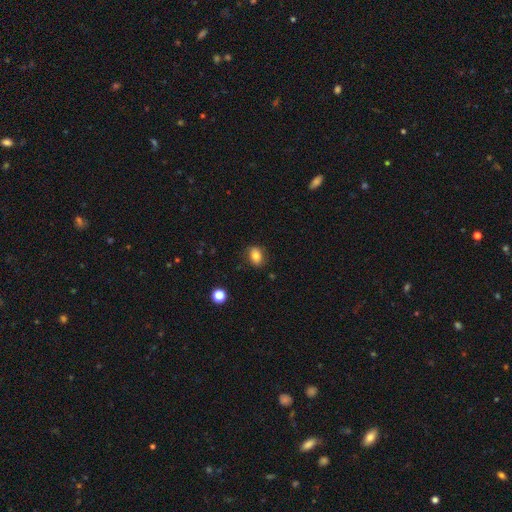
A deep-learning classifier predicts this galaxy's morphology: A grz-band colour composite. It shows a smooth galaxy with no disk features (80%) that is in between round and cigar-shaped (73%). Merging: none (83%).